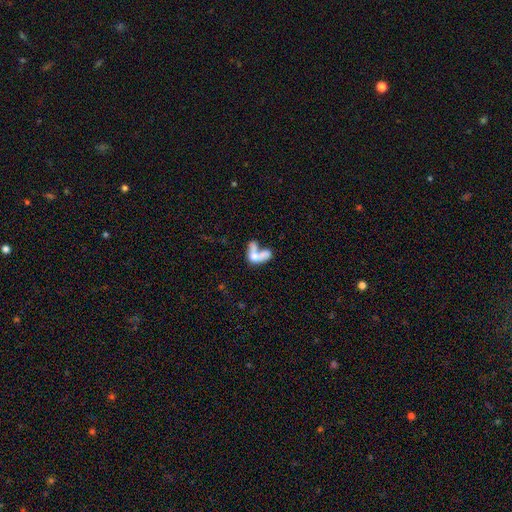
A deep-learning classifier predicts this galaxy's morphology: Smooth or featured: smooth — 57% (featured or disk — 33%)
How rounded: in between — 75% (round — 19%)
Merging: merger — 68% (none — 13%)